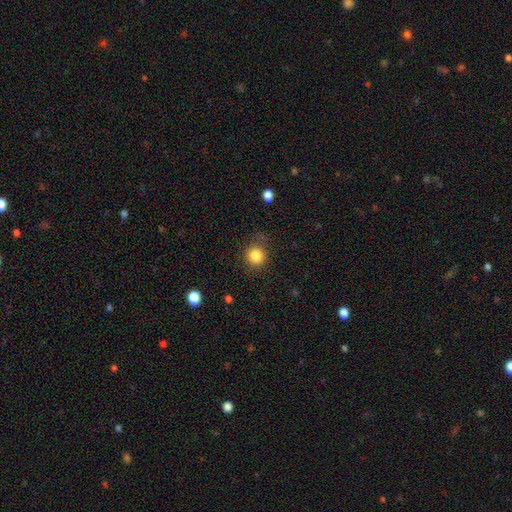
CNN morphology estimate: Smooth or featured?
  - smooth: 84% *
  - star or artifact: 11%
  - featured or disk: 5%
How rounded?
  - round: 89% *
  - in between: 11%
  - cigar-shaped: 1%
Merging?
  - none: 81% *
  - minor disturbance: 13%
  - major disturbance: 5%
  - merger: 2%